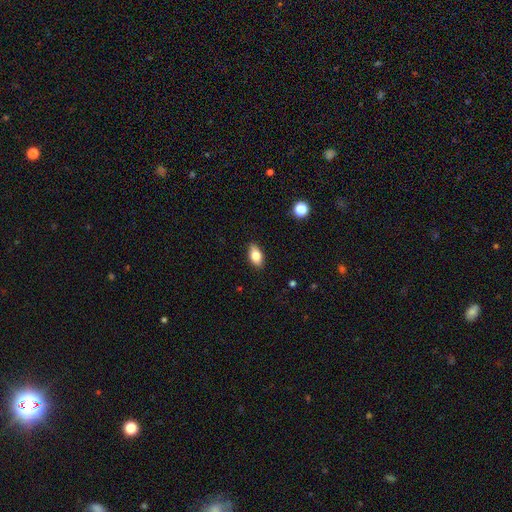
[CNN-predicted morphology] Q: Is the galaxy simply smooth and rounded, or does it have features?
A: smooth — 81%.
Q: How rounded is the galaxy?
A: in between — 89%.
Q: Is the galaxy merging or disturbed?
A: none — 87%.